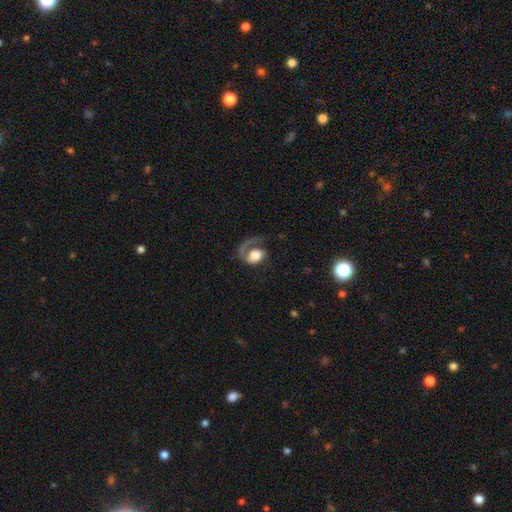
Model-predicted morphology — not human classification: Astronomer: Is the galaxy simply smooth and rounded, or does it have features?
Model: featured or disk — 59%.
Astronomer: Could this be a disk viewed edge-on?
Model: no — 97%.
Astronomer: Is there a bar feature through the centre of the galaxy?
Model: no — 73%.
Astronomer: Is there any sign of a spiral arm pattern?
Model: yes — 86%.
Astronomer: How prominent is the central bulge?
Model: large — 48% (runner-up: moderate, 25%).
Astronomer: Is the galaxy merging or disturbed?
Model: major disturbance — 46% (runner-up: none, 33%).